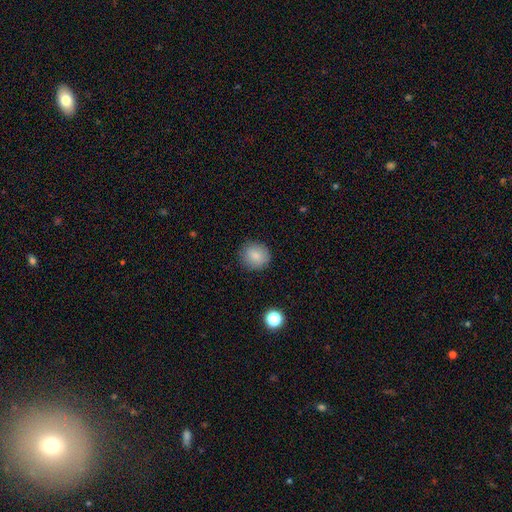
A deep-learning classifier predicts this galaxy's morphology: smooth_or_featured: smooth (p=0.86) [alt: star or artifact p=0.09]
how_rounded: round (p=0.85) [alt: in between p=0.14]
merging: none (p=0.87) [alt: minor disturbance p=0.09]